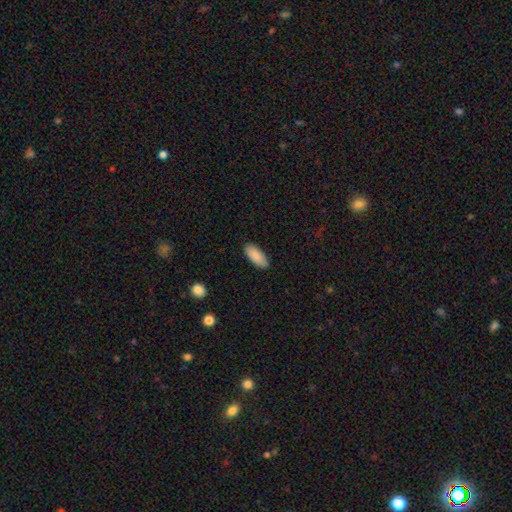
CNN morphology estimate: Smooth or featured?
  - smooth: 89% *
  - star or artifact: 6%
  - featured or disk: 5%
How rounded?
  - in between: 85% *
  - cigar-shaped: 14%
  - round: 2%
Merging?
  - none: 88% *
  - minor disturbance: 9%
  - major disturbance: 2%
  - merger: 1%